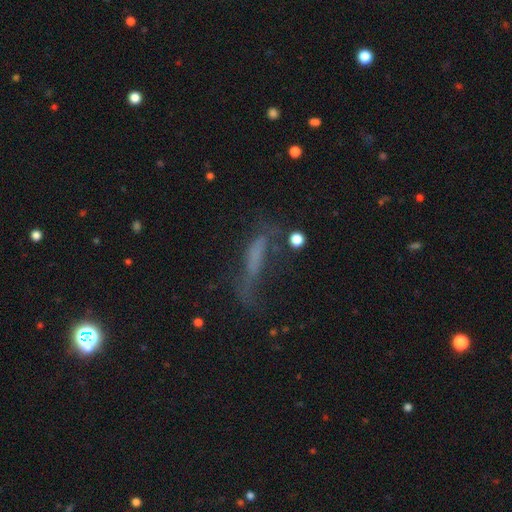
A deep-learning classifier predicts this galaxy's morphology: Smooth or featured: smooth — 44% (featured or disk — 36%)
Merging: none — 38% (major disturbance — 33%)